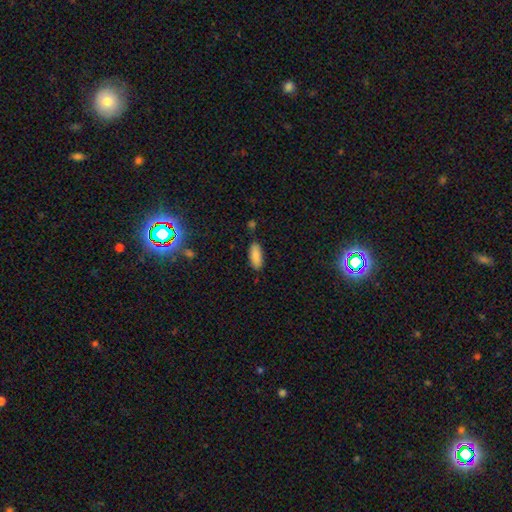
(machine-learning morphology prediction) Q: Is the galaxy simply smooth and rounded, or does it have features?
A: smooth — 87%.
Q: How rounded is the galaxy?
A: in between — 80%.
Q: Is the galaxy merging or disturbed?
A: none — 82%.